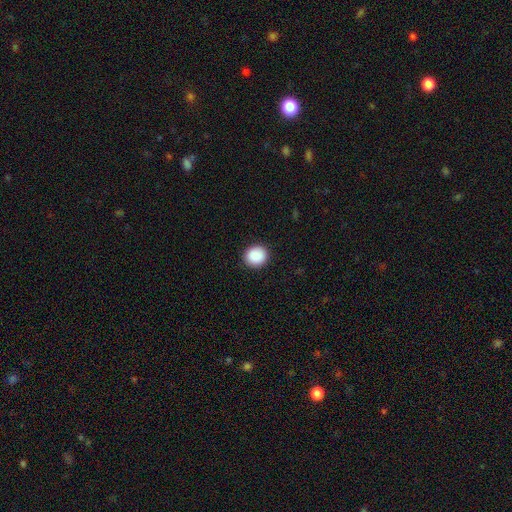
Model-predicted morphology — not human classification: Smooth or featured? smooth (89%)
How rounded? round (87%)
Merging? none (91%)